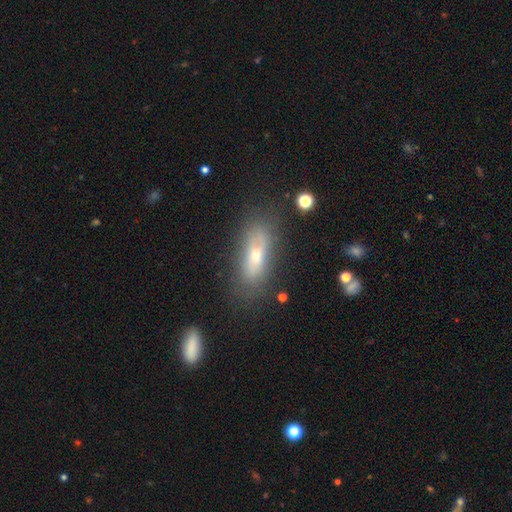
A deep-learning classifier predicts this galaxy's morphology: A smooth galaxy with no disk features (52%) that is in between round and cigar-shaped (58%).

Vote fractions:
- Smooth or featured? smooth: 52% / featured or disk: 37% / star or artifact: 10%
- How rounded? in between: 58% / cigar-shaped: 38% / round: 4%
- Merging? none: 72% / minor disturbance: 17% / major disturbance: 7% / merger: 3%